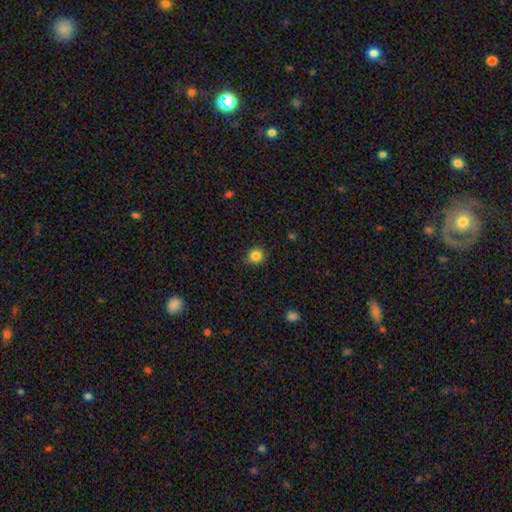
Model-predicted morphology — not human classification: A smooth galaxy with no disk features (84%) that is round (87%). Merging: none (84%).